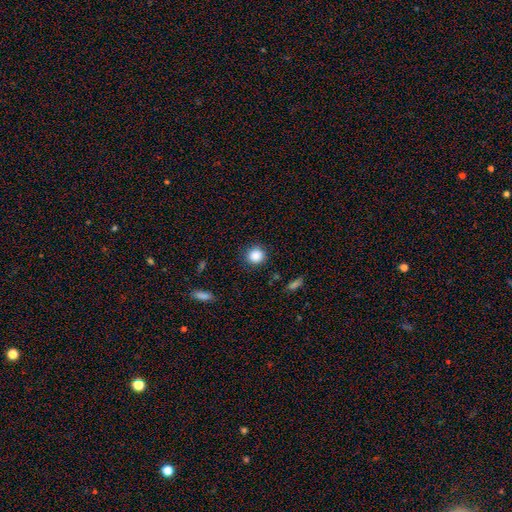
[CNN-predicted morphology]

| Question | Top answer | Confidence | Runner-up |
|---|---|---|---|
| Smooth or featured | smooth | 87% | star or artifact (10%) |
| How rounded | round | 91% | in between (8%) |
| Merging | none | 88% | minor disturbance (8%) |